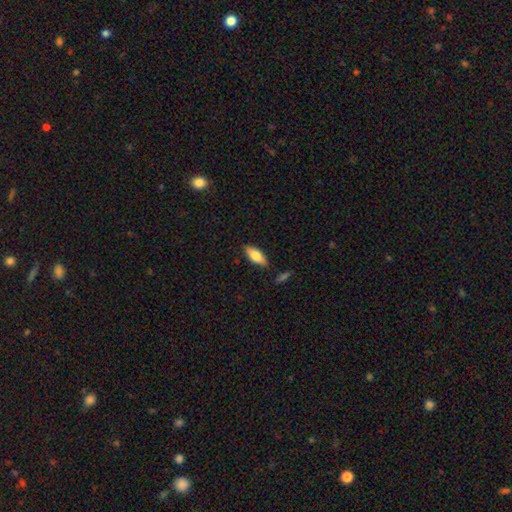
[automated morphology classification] The model was most divided on "smooth or featured": smooth: 76%, featured or disk: 18%, star or artifact: 6%. More confident: merging — none (84%); how rounded — in between (78%).